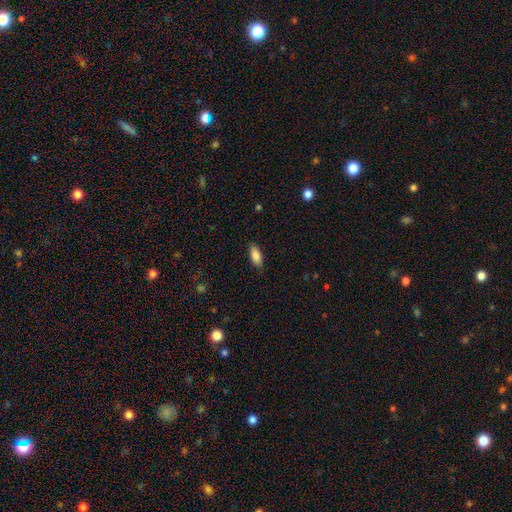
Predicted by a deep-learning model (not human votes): A smooth galaxy with no disk features (85%) that is in between round and cigar-shaped (84%).

Vote fractions:
- Smooth or featured? smooth: 85% / featured or disk: 8% / star or artifact: 7%
- How rounded? in between: 84% / cigar-shaped: 14% / round: 2%
- Merging? none: 87% / minor disturbance: 10% / major disturbance: 2% / merger: 1%